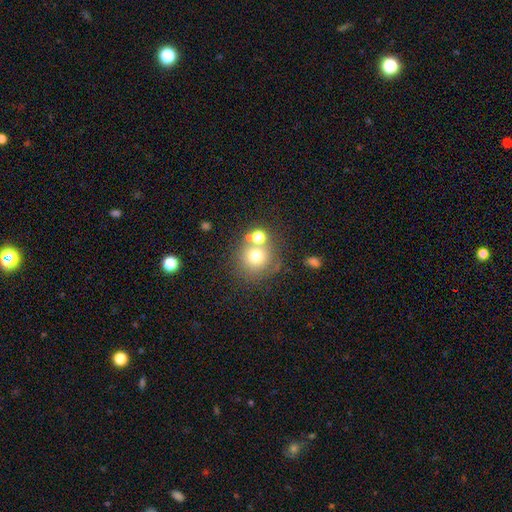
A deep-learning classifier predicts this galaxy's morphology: A smooth galaxy with no disk features (70%) that is round (89%). Merging: none (60%).